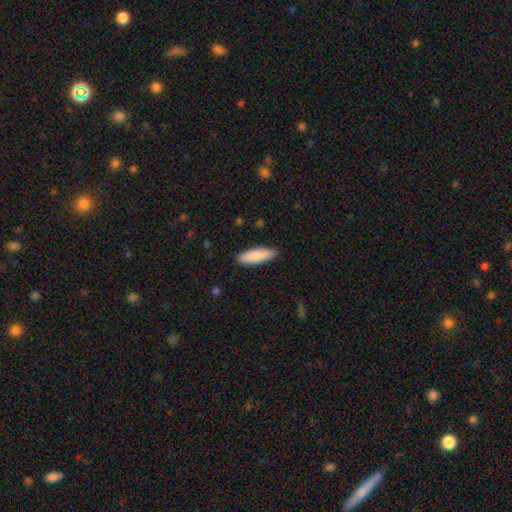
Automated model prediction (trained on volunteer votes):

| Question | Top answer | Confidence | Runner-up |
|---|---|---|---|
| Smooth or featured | smooth | 88% | featured or disk (7%) |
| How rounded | in between | 53% | cigar-shaped (45%) |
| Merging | none | 88% | minor disturbance (9%) |